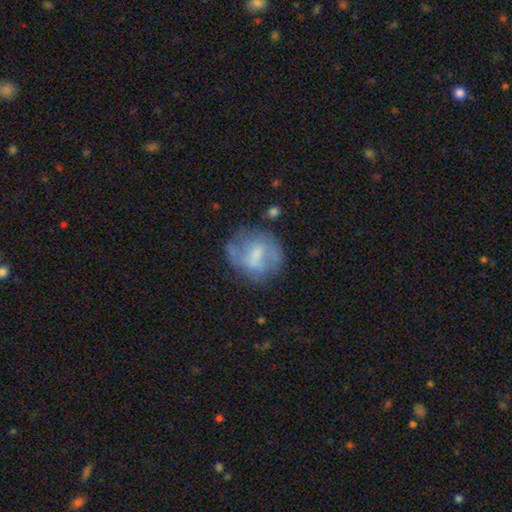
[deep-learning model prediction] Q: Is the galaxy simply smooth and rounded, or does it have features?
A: featured or disk — 47%.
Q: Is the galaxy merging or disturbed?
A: none — 58%.